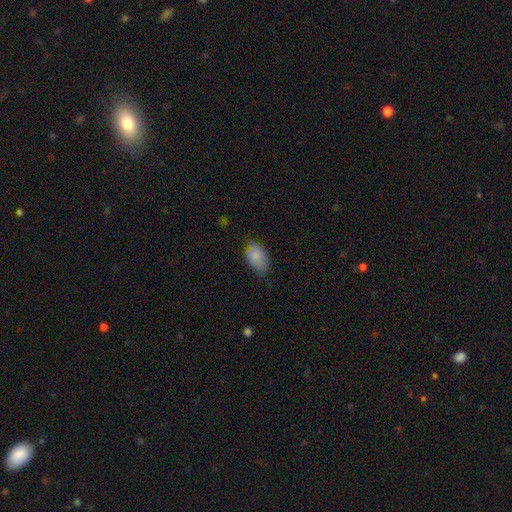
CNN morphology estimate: smooth_or_featured: smooth (p=0.82) [alt: featured or disk p=0.11]
how_rounded: in between (p=0.91) [alt: round p=0.07]
merging: none (p=0.55) [alt: minor disturbance p=0.35]